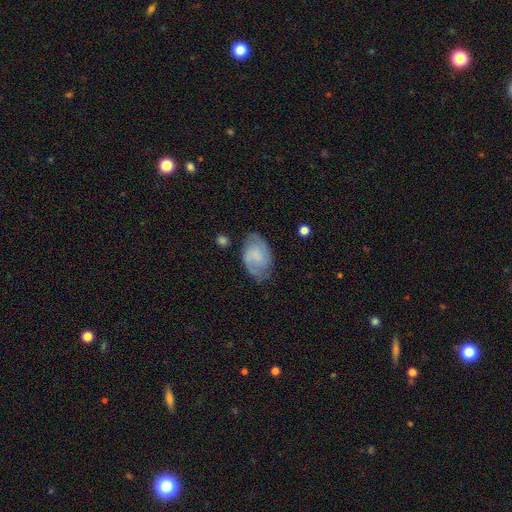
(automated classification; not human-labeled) Smooth or featured? Predicted: featured or disk (p=0.57). Edge-on disk? Predicted: no (p=0.97). Bar? Predicted: no (p=0.58). Spiral arms? Predicted: yes (p=0.88). Bulge size? Predicted: none (p=0.47). Merging? Predicted: none (p=0.70).